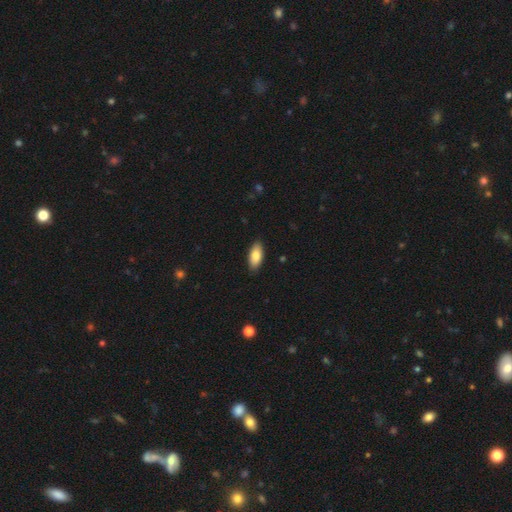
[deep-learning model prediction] smooth_or_featured: smooth (p=0.83) [alt: featured or disk p=0.11]
how_rounded: in between (p=0.88) [alt: cigar-shaped p=0.10]
merging: none (p=0.88) [alt: minor disturbance p=0.10]